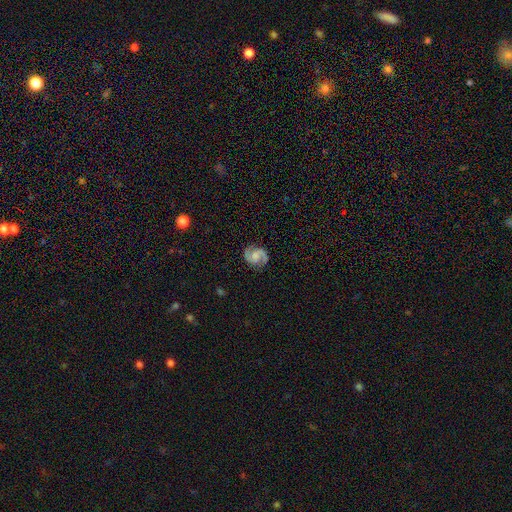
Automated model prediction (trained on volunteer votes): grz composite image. It shows a featured or disk galaxy (88%) with no bar (50%), 2 (94%) medium (58%) spiral arms (98%) and no central bulge (40%). Merging: none (85%).